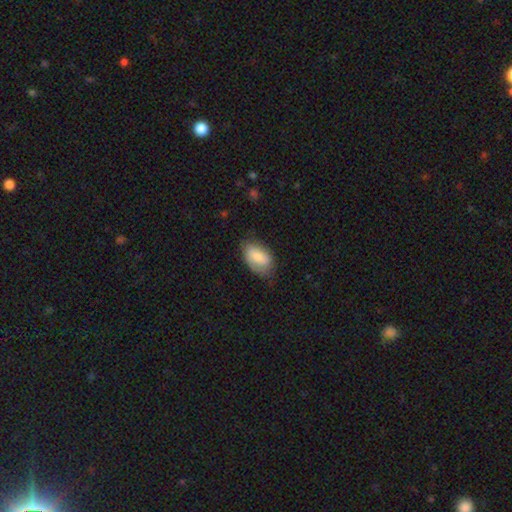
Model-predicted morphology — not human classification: Smooth or featured? smooth (73%)
How rounded? in between (92%)
Merging? none (67%)